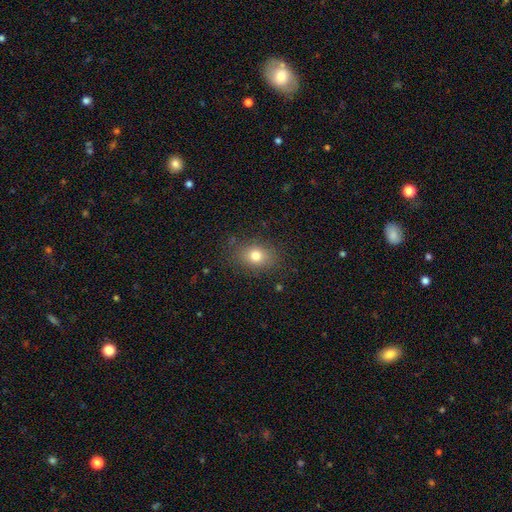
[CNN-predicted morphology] Smooth or featured: smooth — 78% (star or artifact — 12%)
How rounded: in between — 63% (round — 36%)
Merging: none — 83% (minor disturbance — 11%)